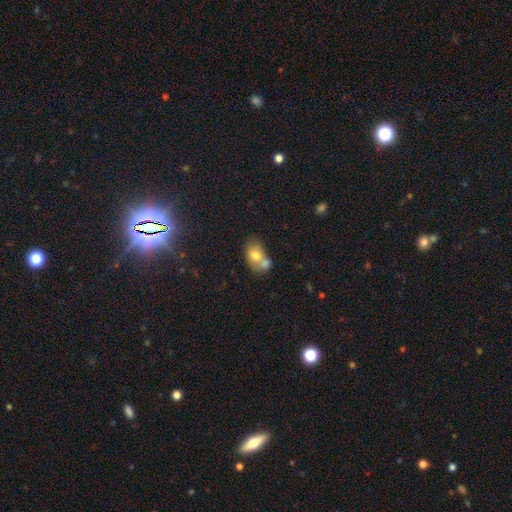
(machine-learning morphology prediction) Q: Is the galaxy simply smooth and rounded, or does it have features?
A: smooth — 72%.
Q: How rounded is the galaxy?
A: in between — 74%.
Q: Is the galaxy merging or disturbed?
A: merger — 57%.